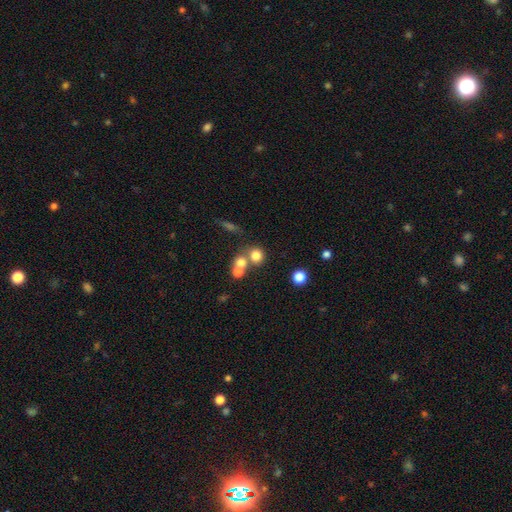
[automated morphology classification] The model was most divided on "merging": none: 51%, merger: 37%, minor disturbance: 7%, major disturbance: 4%. More confident: how rounded — round (86%); smooth or featured — smooth (74%).